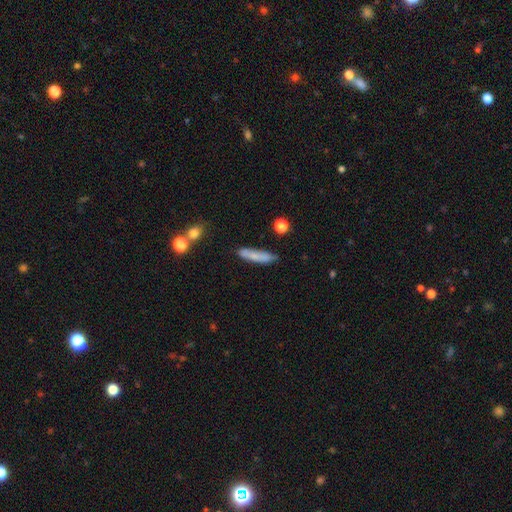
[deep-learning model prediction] Overall: smooth (75%). How rounded: cigar-shaped (82%). Merging: none (74%).